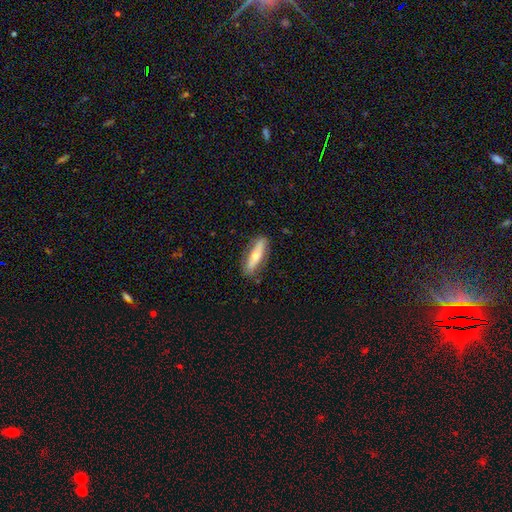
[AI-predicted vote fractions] This is possibly a smooth galaxy (51%). How rounded: possibly cigar-shaped (56%). Merging: clearly none (82%).